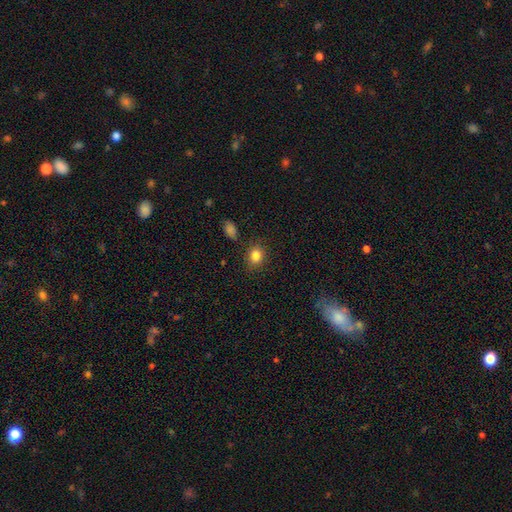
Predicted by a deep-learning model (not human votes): Smooth or featured? smooth (84%)
How rounded? round (58%)
Merging? none (85%)